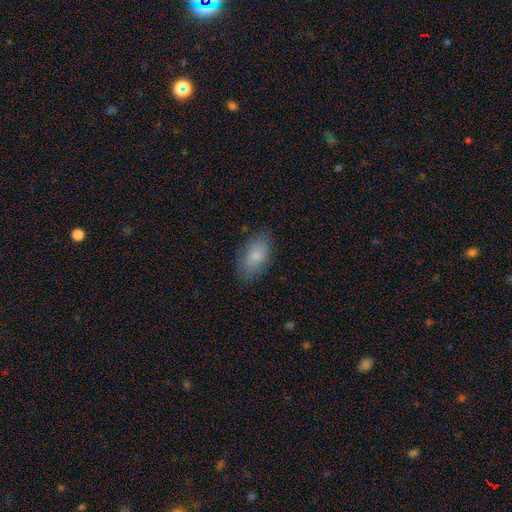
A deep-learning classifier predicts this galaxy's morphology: Smooth or featured?
  - smooth: 82% *
  - featured or disk: 11%
  - star or artifact: 7%
How rounded?
  - in between: 92% *
  - round: 5%
  - cigar-shaped: 3%
Merging?
  - none: 80% *
  - minor disturbance: 15%
  - major disturbance: 4%
  - merger: 1%